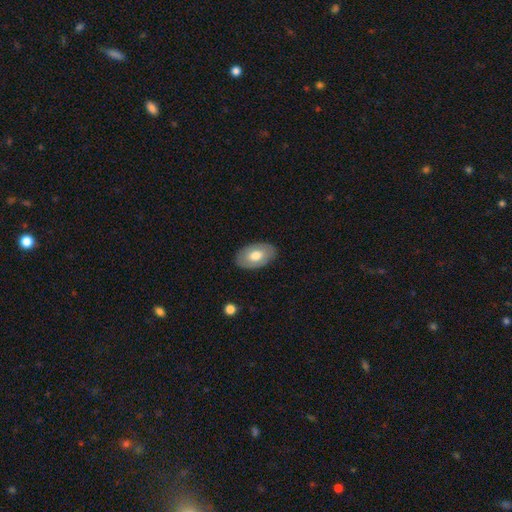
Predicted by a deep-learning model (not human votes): A smooth galaxy with no disk features (63%) that is in between round and cigar-shaped (92%). Merging: none (86%).